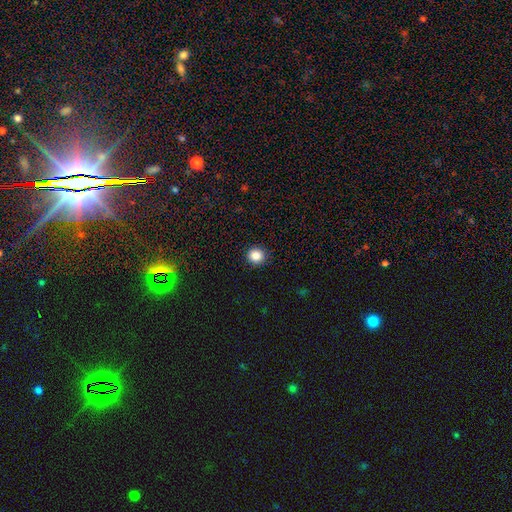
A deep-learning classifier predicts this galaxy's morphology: Overall: smooth (86%). How rounded: round (91%). Merging: none (92%).